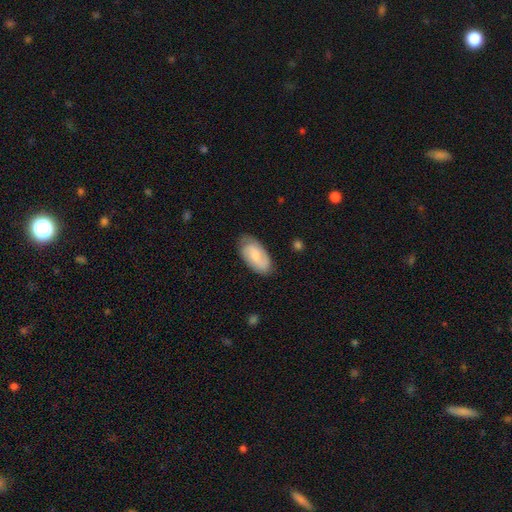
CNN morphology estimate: smooth 52%, featured or disk 42%, star or artifact 6%. Down the decision tree: how rounded — in between (93%); merging — none (79%).